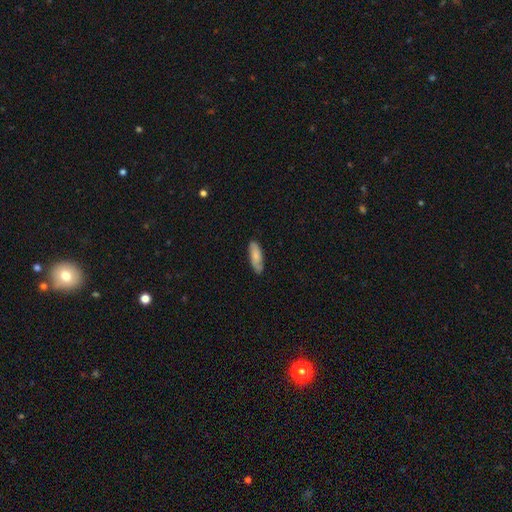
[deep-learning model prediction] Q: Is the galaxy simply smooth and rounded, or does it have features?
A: smooth — 71%.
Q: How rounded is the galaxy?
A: in between — 63%.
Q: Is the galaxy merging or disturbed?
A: none — 77%.